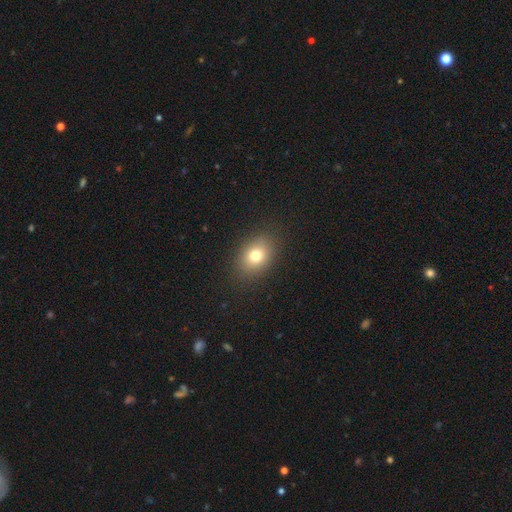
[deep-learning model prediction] Smooth or featured: smooth — 77% (star or artifact — 12%)
How rounded: in between — 65% (round — 34%)
Merging: none — 88% (minor disturbance — 8%)